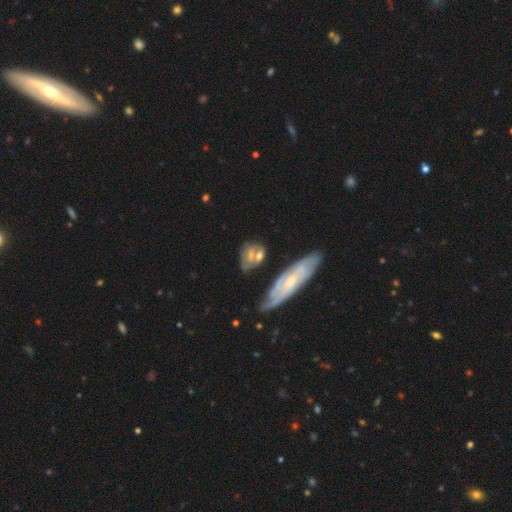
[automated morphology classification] This appears to be a smooth galaxy with no disk features (48%). Merging: none (48%).